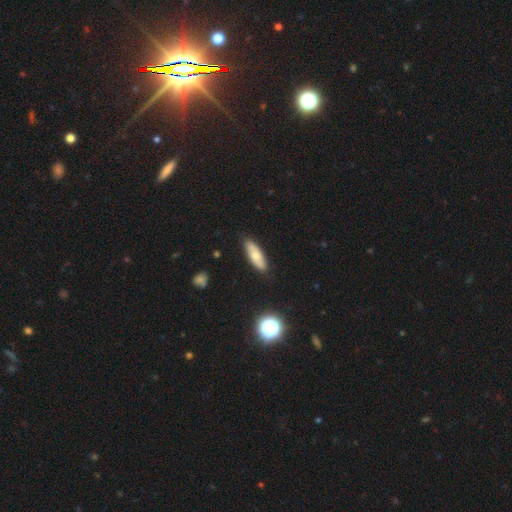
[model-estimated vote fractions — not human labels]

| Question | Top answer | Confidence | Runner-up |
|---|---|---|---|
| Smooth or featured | smooth | 67% | featured or disk (26%) |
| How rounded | in between | 54% | cigar-shaped (44%) |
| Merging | none | 86% | minor disturbance (11%) |